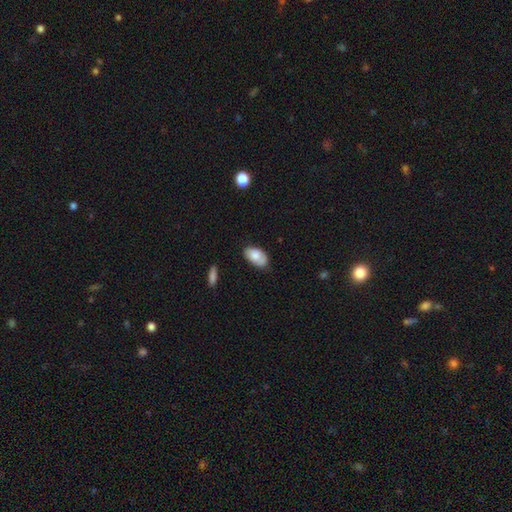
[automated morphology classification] smooth_or_featured: smooth (p=0.79) [alt: featured or disk p=0.15]
how_rounded: in between (p=0.94) [alt: round p=0.05]
merging: none (p=0.68) [alt: minor disturbance p=0.25]